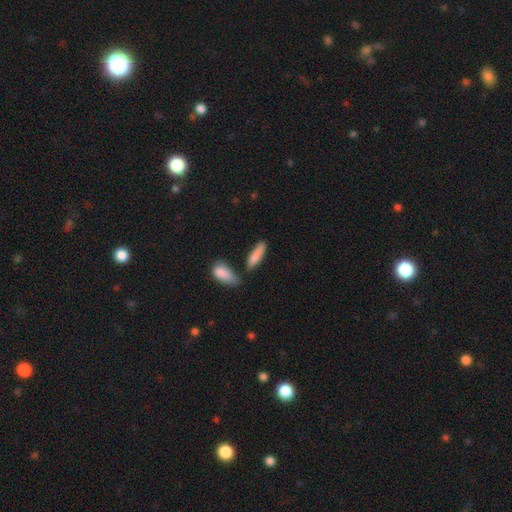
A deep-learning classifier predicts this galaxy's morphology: smooth-or-featured: smooth: 83% | featured or disk: 11% | star or artifact: 6%
  how-rounded: cigar-shaped: 67% | in between: 31% | round: 2%
  merging: none: 58% | merger: 21% | minor disturbance: 16% | major disturbance: 5%